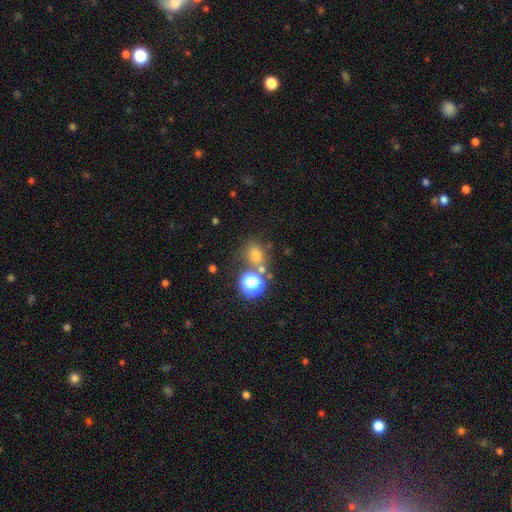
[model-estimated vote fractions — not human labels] Smooth or featured: smooth — 65% (star or artifact — 25%)
How rounded: round — 63% (in between — 36%)
Merging: none — 63% (merger — 20%)